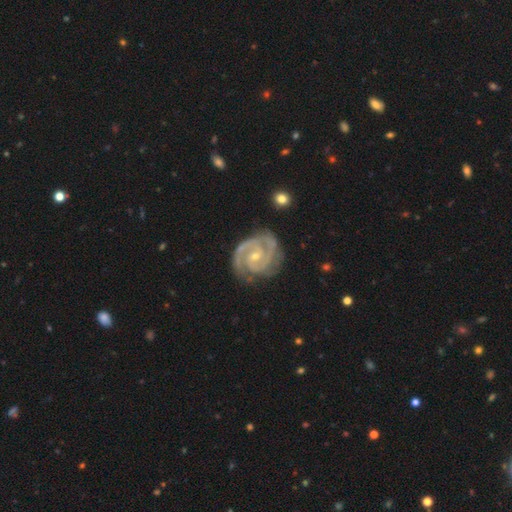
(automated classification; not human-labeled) Smooth or featured? Predicted: featured or disk (p=0.93). Edge-on disk? Predicted: no (p=0.98). Bar? Predicted: no (p=0.55). Spiral arms? Predicted: yes (p=0.99). Spiral winding? Predicted: tight (p=0.68). Spiral arm count? Predicted: 2 (p=0.72). Bulge size? Predicted: small (p=0.70). Merging? Predicted: none (p=0.76).